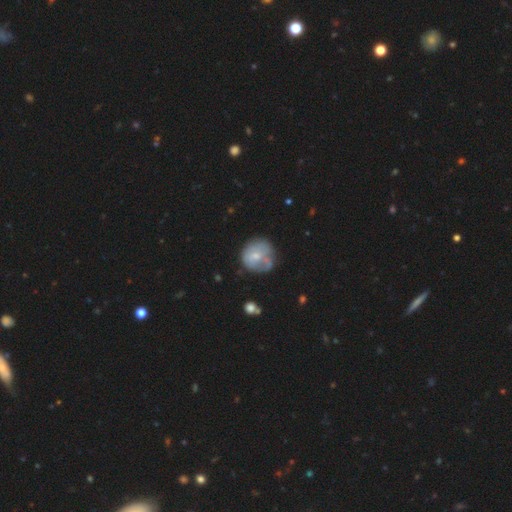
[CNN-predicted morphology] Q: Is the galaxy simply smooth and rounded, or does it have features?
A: smooth — 57%.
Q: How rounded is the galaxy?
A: round — 86%.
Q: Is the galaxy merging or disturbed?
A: none — 53%.